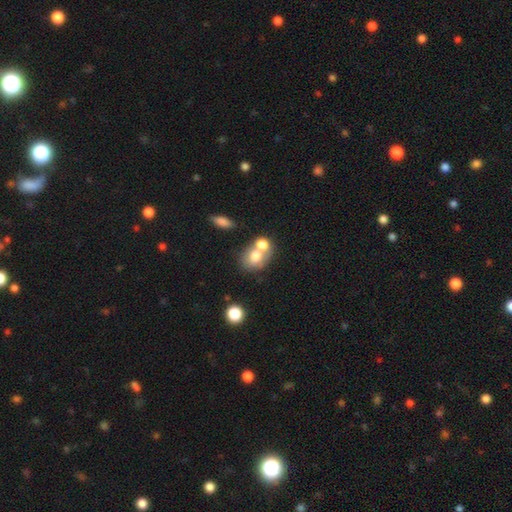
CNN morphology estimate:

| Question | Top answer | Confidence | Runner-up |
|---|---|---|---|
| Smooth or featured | smooth | 72% | featured or disk (19%) |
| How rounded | round | 51% | in between (48%) |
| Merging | merger | 56% | none (31%) |